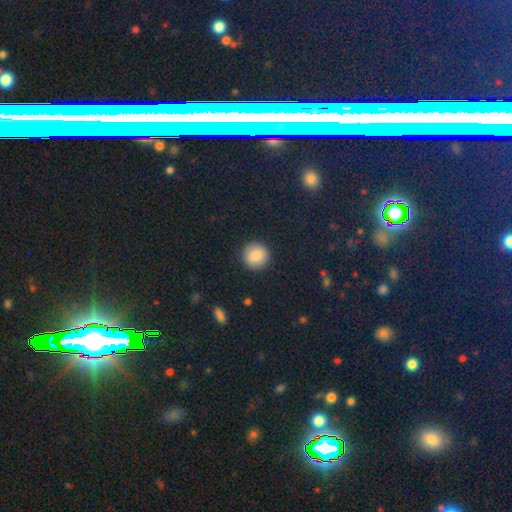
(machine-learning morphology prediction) Smooth or featured: smooth — 82% (star or artifact — 11%)
How rounded: round — 93% (in between — 6%)
Merging: none — 90% (minor disturbance — 6%)